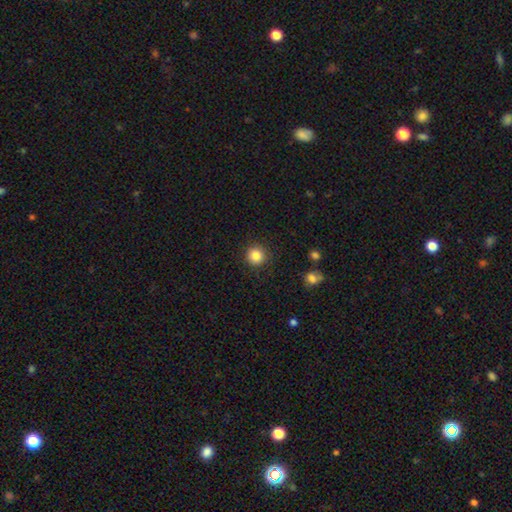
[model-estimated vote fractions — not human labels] Smooth or featured? smooth (85%)
How rounded? round (94%)
Merging? none (90%)